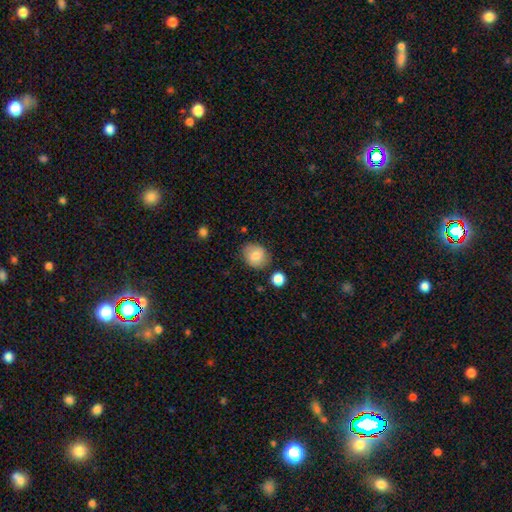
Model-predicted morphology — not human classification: smooth 79%, featured or disk 13%, star or artifact 8%. Down the decision tree: how rounded — round (67%); merging — none (79%).